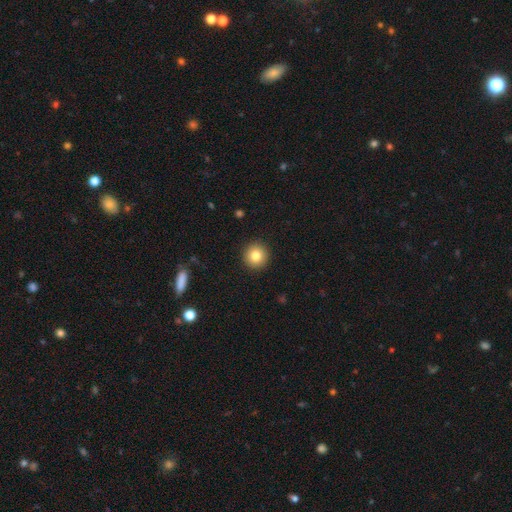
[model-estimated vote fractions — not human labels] Morphology: type=smooth (82%); roundness=round (95%); merging=none (92%).